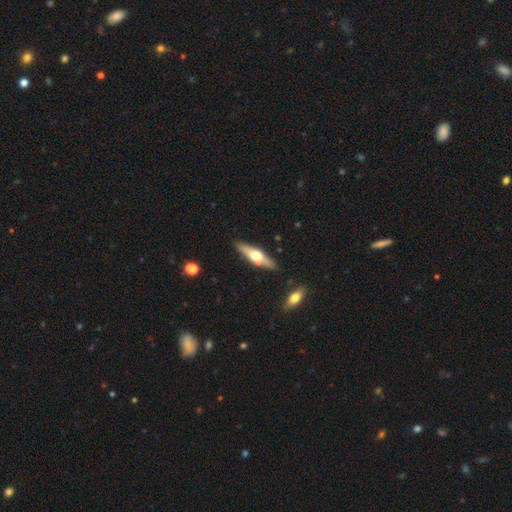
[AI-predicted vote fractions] This appears to be a featured or disk galaxy (57%) viewed edge-on (92%) with a rounded central bulge (94%). Merging: none (85%).